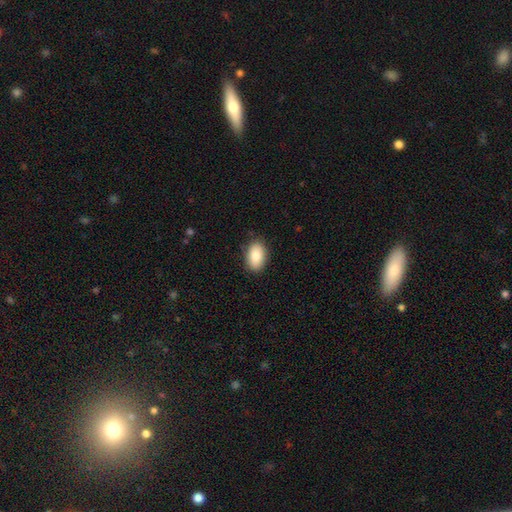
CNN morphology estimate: type=smooth (86%); roundness=in between (91%); merging=none (87%).